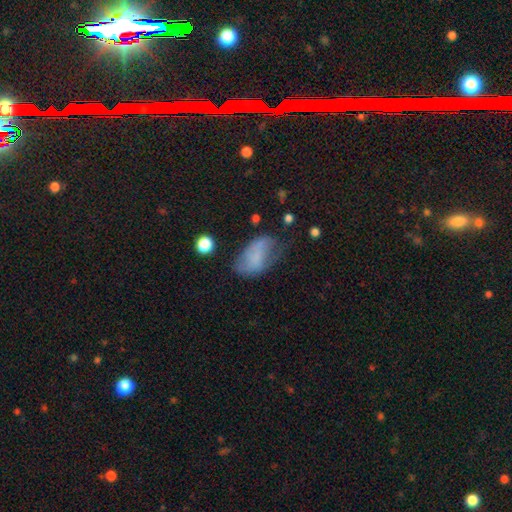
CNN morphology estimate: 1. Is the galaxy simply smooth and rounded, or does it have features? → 63% smooth, 26% featured or disk, 11% star or artifact.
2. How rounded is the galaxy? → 91% in between, 7% round, 2% cigar-shaped.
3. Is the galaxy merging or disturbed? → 38% none, 34% minor disturbance, 24% major disturbance, 4% merger.